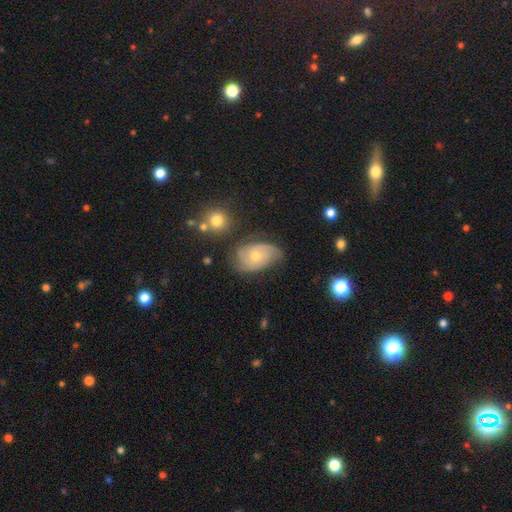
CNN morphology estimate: Overall: featured or disk (70%). Edge-on disk: no (96%). Bar: no (73%). Spiral arms: yes (91%). Spiral arm count: 2 (47%; can't tell 23%). Spiral winding: tight (43%; medium 41%). Bulge size: moderate (54%; small 42%). Merging: none (62%; minor disturbance 26%).